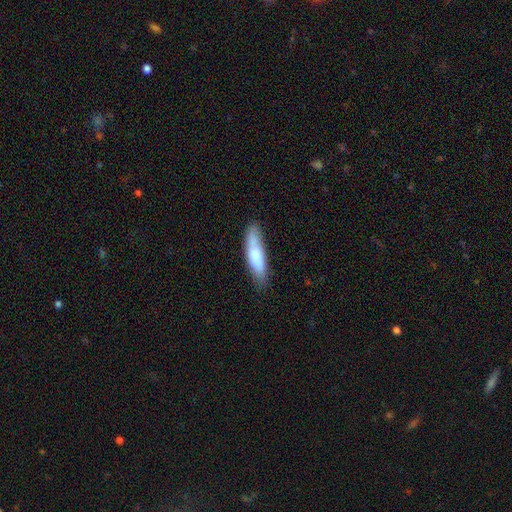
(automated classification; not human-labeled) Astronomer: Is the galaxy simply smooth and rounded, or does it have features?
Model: smooth — 75%.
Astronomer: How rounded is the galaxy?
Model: cigar-shaped — 72%.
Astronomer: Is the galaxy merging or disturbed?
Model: none — 77%.